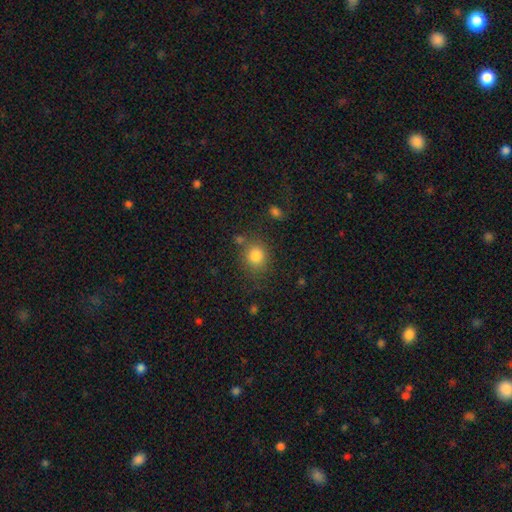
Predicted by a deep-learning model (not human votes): Overall: smooth (82%). How rounded: round (77%). Merging: none (76%).